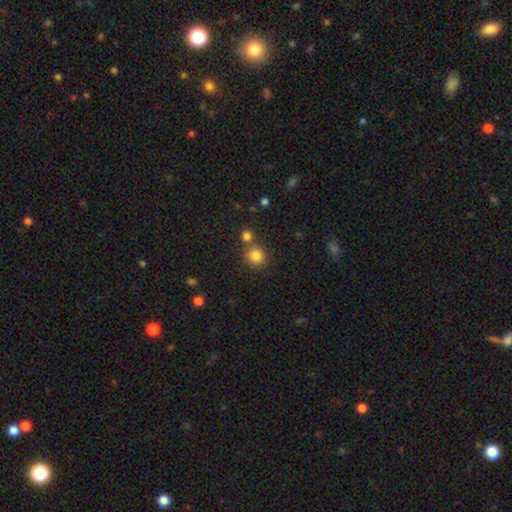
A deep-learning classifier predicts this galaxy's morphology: smooth-or-featured: smooth: 82% | star or artifact: 12% | featured or disk: 6%
  how-rounded: round: 90% | in between: 9% | cigar-shaped: 1%
  merging: none: 69% | merger: 20% | minor disturbance: 8% | major disturbance: 3%